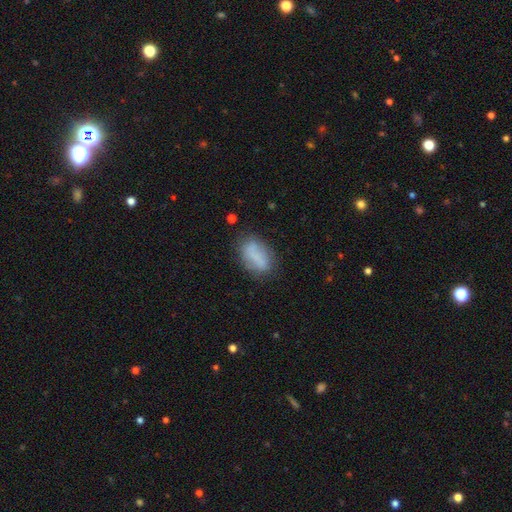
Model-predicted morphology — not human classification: smooth_or_featured: smooth (p=0.68) [alt: featured or disk p=0.23]
how_rounded: in between (p=0.89) [alt: round p=0.07]
merging: none (p=0.68) [alt: minor disturbance p=0.21]